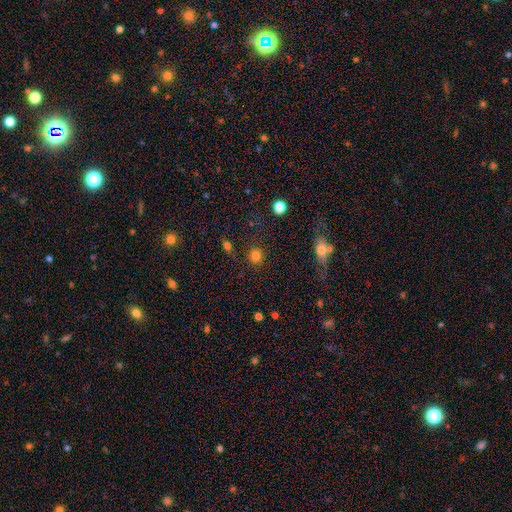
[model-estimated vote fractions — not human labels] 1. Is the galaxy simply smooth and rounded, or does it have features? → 81% smooth, 13% star or artifact, 5% featured or disk.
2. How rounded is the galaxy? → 91% round, 8% in between, 1% cigar-shaped.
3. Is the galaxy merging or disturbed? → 87% none, 7% minor disturbance, 3% major disturbance, 3% merger.